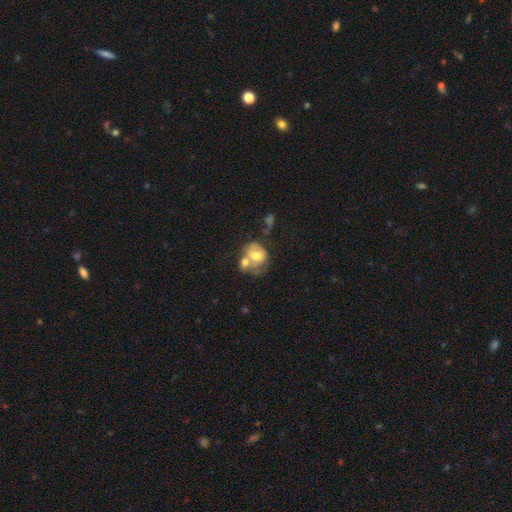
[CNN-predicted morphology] Smooth or featured? smooth (54%)
How rounded? round (59%)
Merging? merger (55%)